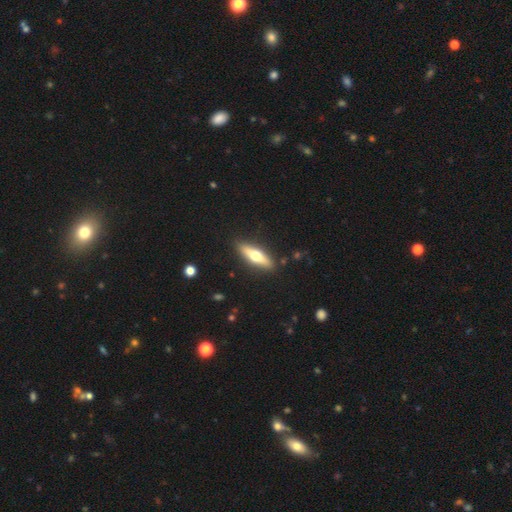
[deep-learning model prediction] This is possibly a featured or disk galaxy (48%). Merging: clearly none (89%).